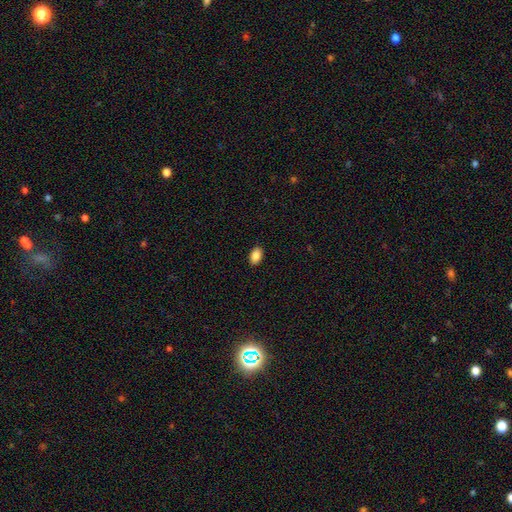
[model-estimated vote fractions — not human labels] Smooth or featured: smooth — 88% (star or artifact — 8%)
How rounded: in between — 92% (round — 7%)
Merging: none — 89% (minor disturbance — 8%)